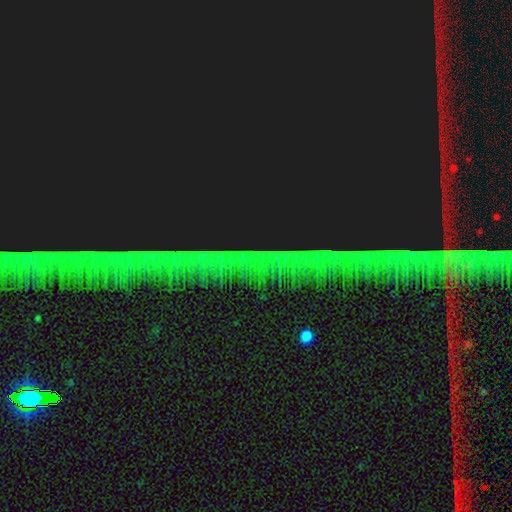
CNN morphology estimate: A star or artifact, not a galaxy (87%).